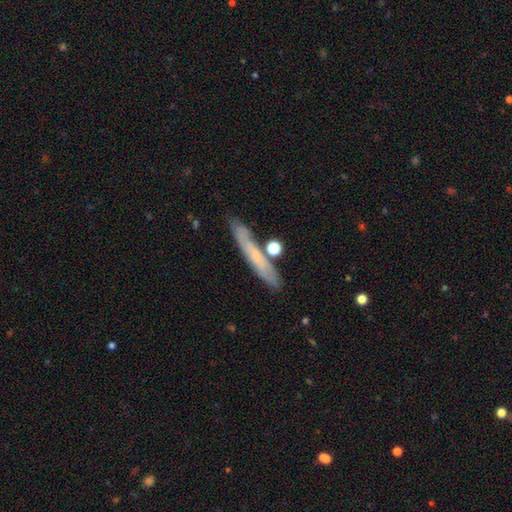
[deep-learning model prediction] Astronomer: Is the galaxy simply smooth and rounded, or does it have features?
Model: smooth — 53% (runner-up: featured or disk, 39%).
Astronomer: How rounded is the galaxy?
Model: cigar-shaped — 90%.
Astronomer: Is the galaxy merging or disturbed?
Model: none — 78%.